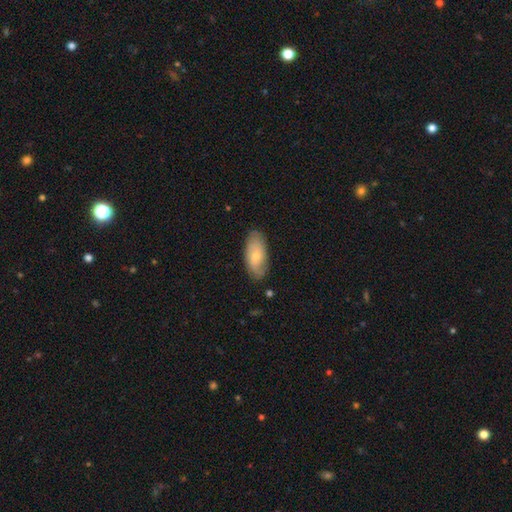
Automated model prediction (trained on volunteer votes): Q: Smooth or featured?
A: smooth (61%); runner-up: featured or disk (33%)
Q: How rounded?
A: in between (89%); runner-up: cigar-shaped (9%)
Q: Merging?
A: none (80%); runner-up: minor disturbance (16%)